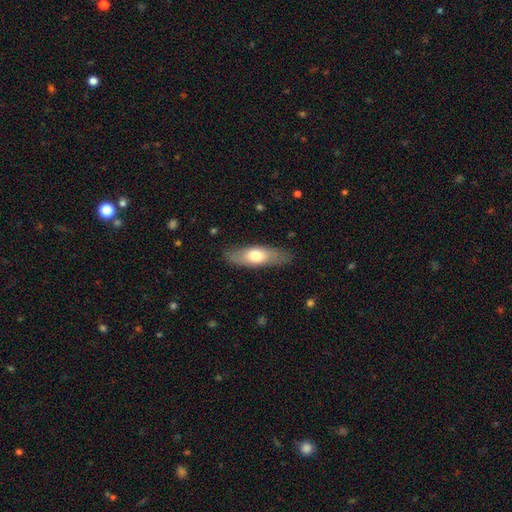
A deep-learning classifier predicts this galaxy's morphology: A smooth galaxy with no disk features (63%) that is in between round and cigar-shaped (58%).

Vote fractions:
- Smooth or featured? smooth: 63% / featured or disk: 31% / star or artifact: 6%
- How rounded? in between: 58% / cigar-shaped: 39% / round: 3%
- Merging? none: 81% / minor disturbance: 14% / major disturbance: 4% / merger: 1%